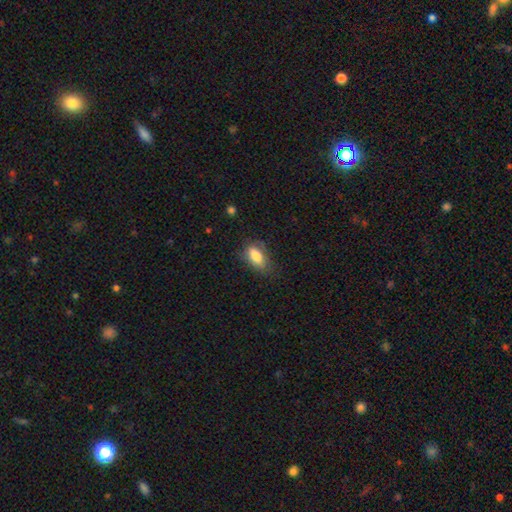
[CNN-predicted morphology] smooth-or-featured: smooth: 81% | featured or disk: 12% | star or artifact: 8%
  how-rounded: in between: 86% | cigar-shaped: 9% | round: 5%
  merging: none: 64% | minor disturbance: 26% | major disturbance: 9% | merger: 2%